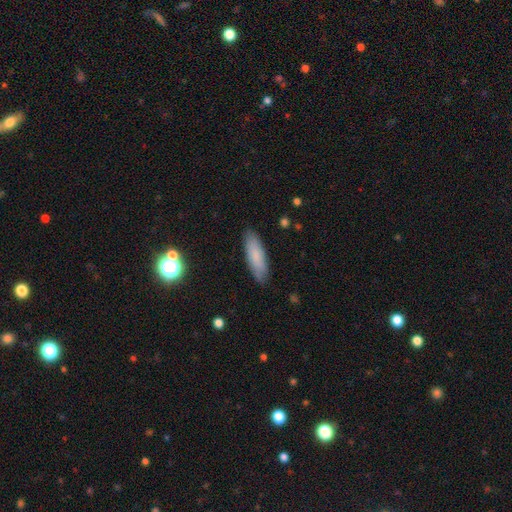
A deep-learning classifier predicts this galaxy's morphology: smooth_or_featured: smooth (p=0.78) [alt: featured or disk p=0.14]
how_rounded: cigar-shaped (p=0.49) [tied with: in between p=0.49]
merging: none (p=0.86) [alt: minor disturbance p=0.11]